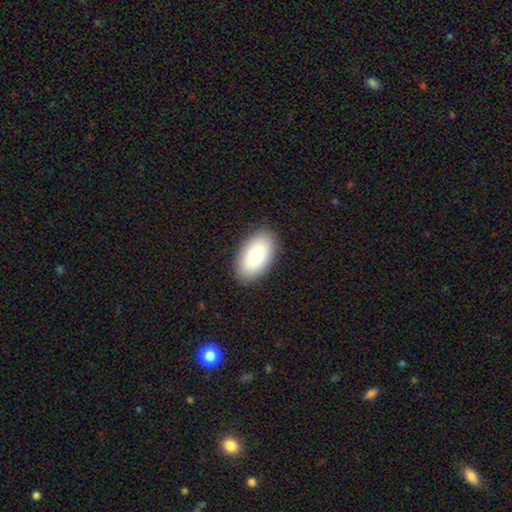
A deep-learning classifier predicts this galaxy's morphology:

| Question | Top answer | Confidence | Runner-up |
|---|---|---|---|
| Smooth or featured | smooth | 81% | featured or disk (12%) |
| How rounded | in between | 95% | round (4%) |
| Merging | none | 88% | minor disturbance (9%) |